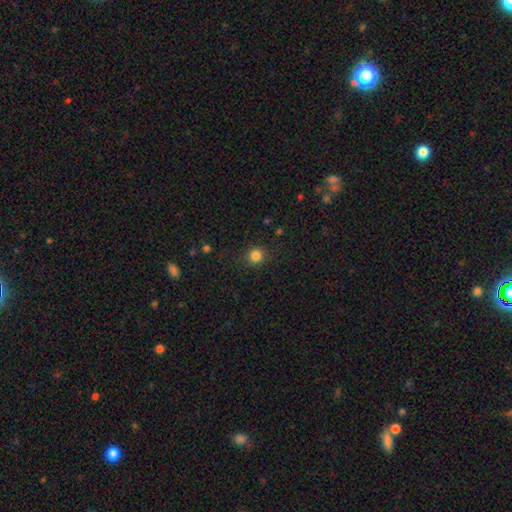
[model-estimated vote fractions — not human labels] smooth 84%, star or artifact 12%, featured or disk 4%. Down the decision tree: how rounded — round (90%); merging — none (88%).